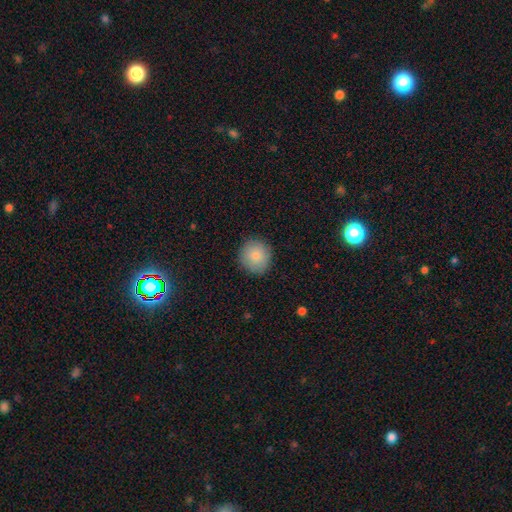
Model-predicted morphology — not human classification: A smooth galaxy with no disk features (83%) that is round (90%). Merging: none (88%).